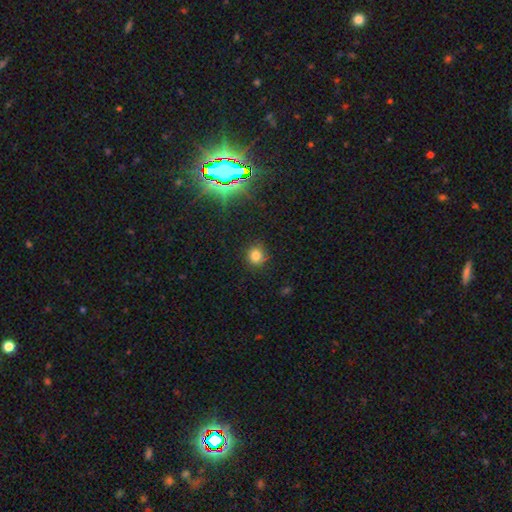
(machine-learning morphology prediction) This is likely a smooth galaxy (78%). How rounded: clearly round (87%). Merging: clearly none (84%).